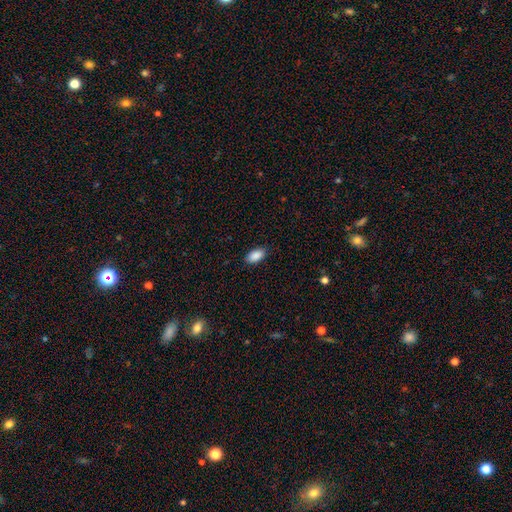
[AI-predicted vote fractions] A smooth galaxy with no disk features (90%) that is in between round and cigar-shaped (93%).

Vote fractions:
- Smooth or featured? smooth: 90% / star or artifact: 7% / featured or disk: 3%
- How rounded? in between: 93% / cigar-shaped: 4% / round: 3%
- Merging? none: 87% / minor disturbance: 10% / major disturbance: 2% / merger: 1%